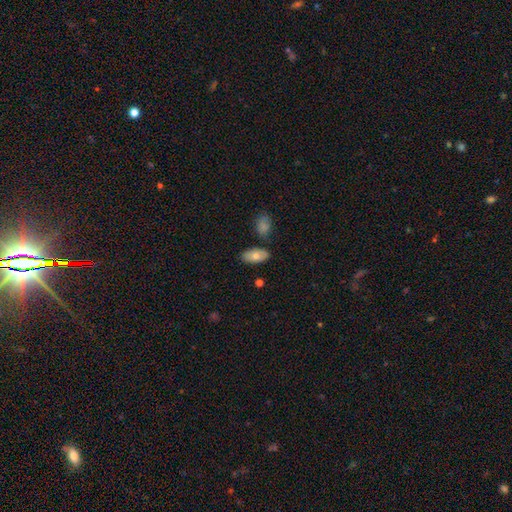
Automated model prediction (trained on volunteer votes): Smooth or featured? smooth (76%)
How rounded? in between (93%)
Merging? none (80%)